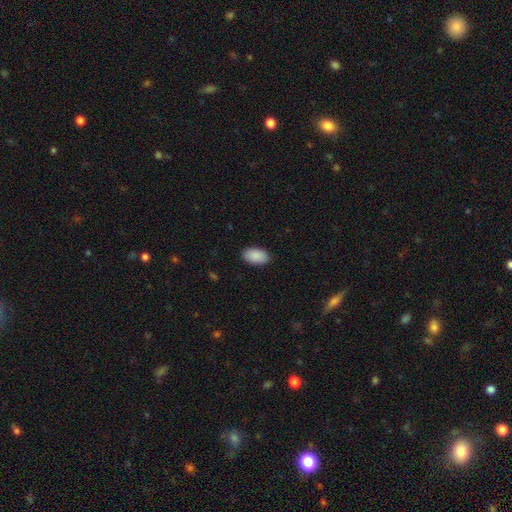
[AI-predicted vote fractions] Overall: smooth (91%). How rounded: in between (95%). Merging: none (89%).